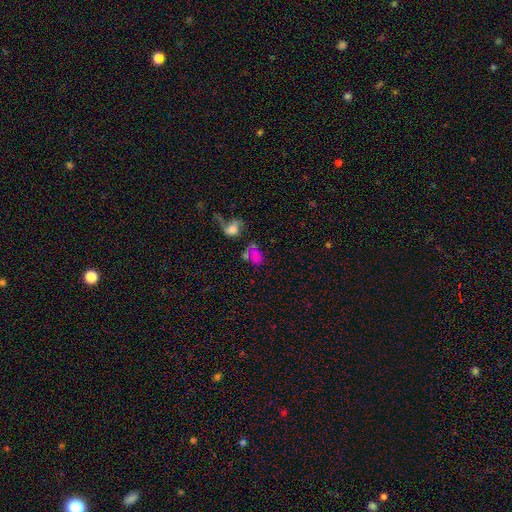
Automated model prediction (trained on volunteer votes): smooth_or_featured: smooth (p=0.59) [alt: featured or disk p=0.21]
how_rounded: in between (p=0.71) [alt: round p=0.26]
merging: merger (p=0.33) [alt: none p=0.31]